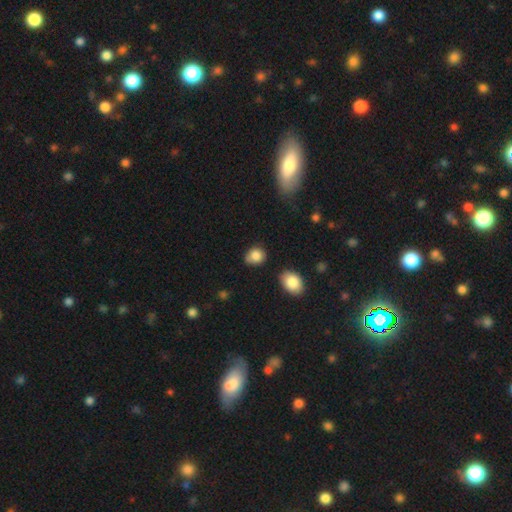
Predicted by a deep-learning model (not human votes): smooth_or_featured: smooth (p=0.84) [alt: star or artifact p=0.09]
how_rounded: round (p=0.62) [alt: in between p=0.37]
merging: none (p=0.62) [alt: minor disturbance p=0.27]